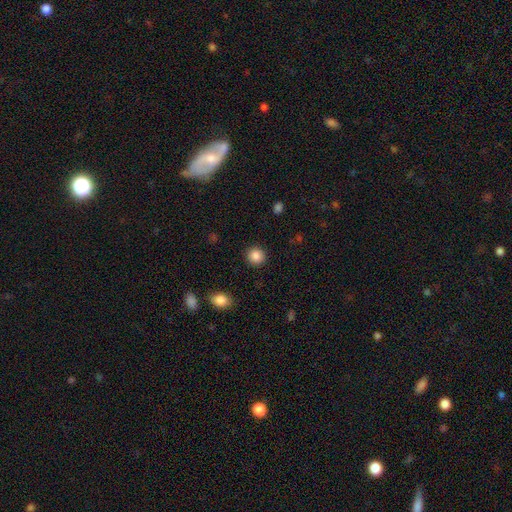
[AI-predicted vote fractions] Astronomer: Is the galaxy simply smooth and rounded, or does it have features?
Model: smooth — 86%.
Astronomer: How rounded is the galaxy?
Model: round — 91%.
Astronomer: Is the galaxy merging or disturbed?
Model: none — 91%.